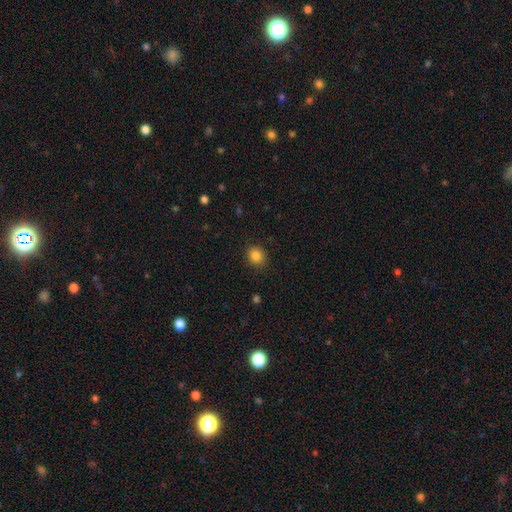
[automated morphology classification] smooth-or-featured: smooth: 85% | star or artifact: 11% | featured or disk: 4%
  how-rounded: round: 76% | in between: 23% | cigar-shaped: 1%
  merging: none: 89% | minor disturbance: 8% | major disturbance: 2% | merger: 1%